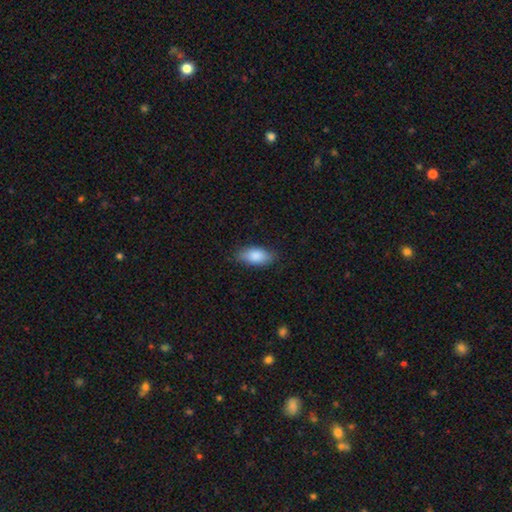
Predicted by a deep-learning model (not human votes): This is clearly a smooth galaxy (86%). How rounded: clearly in between (89%). Merging: clearly none (82%).